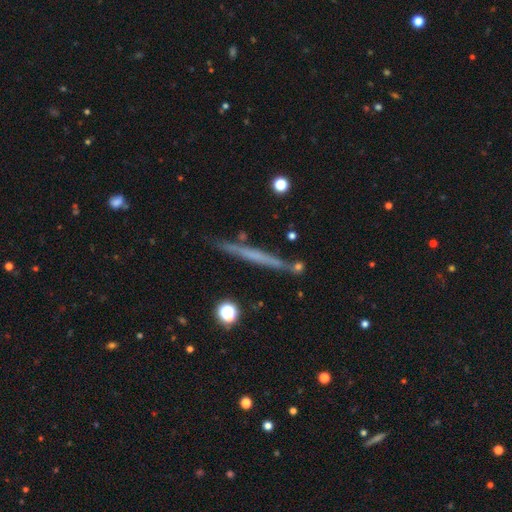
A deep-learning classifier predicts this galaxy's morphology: A featured or disk galaxy (53%) viewed edge-on (96%) with no central bulge (87%). Merging: none (86%).